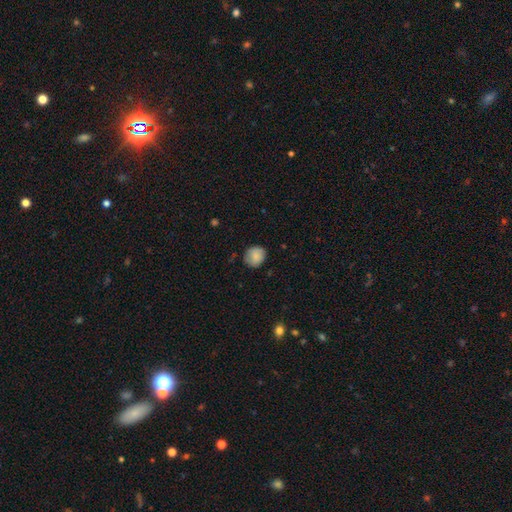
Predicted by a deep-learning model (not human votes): smooth_or_featured: smooth (p=0.83) [alt: featured or disk p=0.09]
how_rounded: round (p=0.78) [alt: in between p=0.21]
merging: none (p=0.78) [alt: minor disturbance p=0.18]